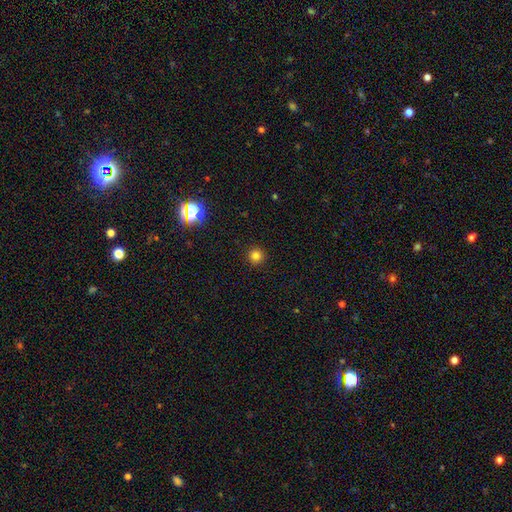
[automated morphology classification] Smooth or featured? Predicted: smooth (p=0.80). How rounded? Predicted: round (p=0.96). Merging? Predicted: none (p=0.93).